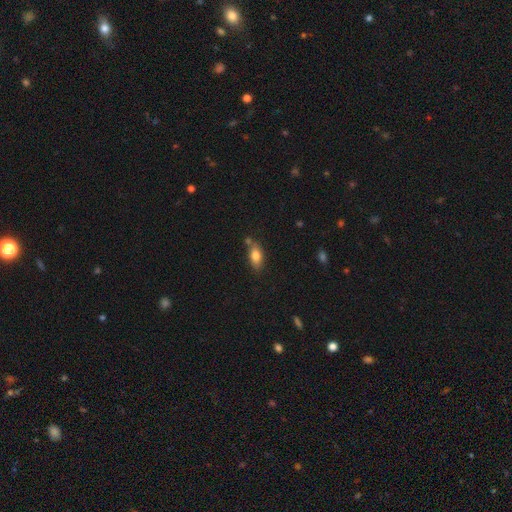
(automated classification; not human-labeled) smooth-or-featured: smooth: 79% | featured or disk: 14% | star or artifact: 8%
  how-rounded: in between: 84% | cigar-shaped: 11% | round: 5%
  merging: none: 64% | minor disturbance: 19% | merger: 13% | major disturbance: 4%